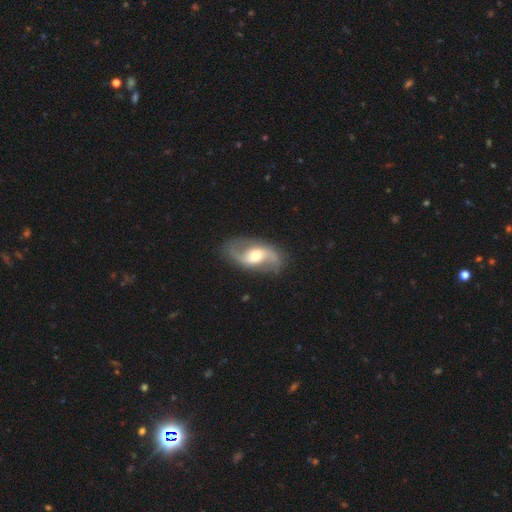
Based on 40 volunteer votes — A featured or disk galaxy (95%) with no bar (50%), 2 (97%) medium (43%, tied with loose) spiral arms (97%) and a moderate central bulge (64%). Merging: none (76%).